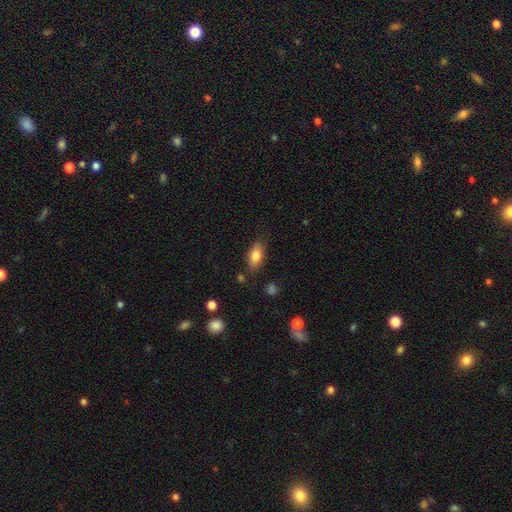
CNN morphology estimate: This appears to be a smooth galaxy with no disk features (81%) that is in between round and cigar-shaped (86%). Merging: none (81%).